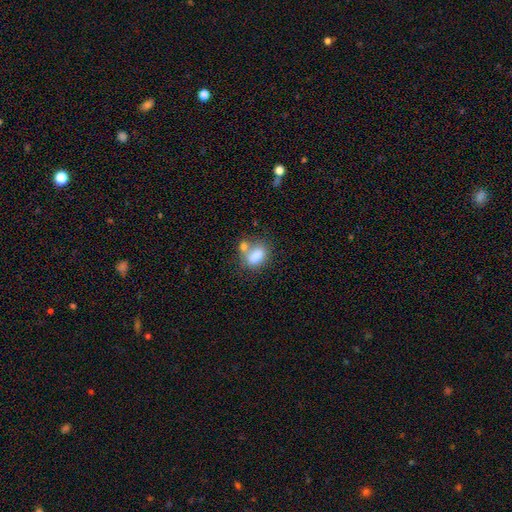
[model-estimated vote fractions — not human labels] Q: Smooth or featured?
A: smooth (81%); runner-up: featured or disk (9%)
Q: How rounded?
A: in between (82%); runner-up: round (16%)
Q: Merging?
A: none (41%); runner-up: merger (36%)